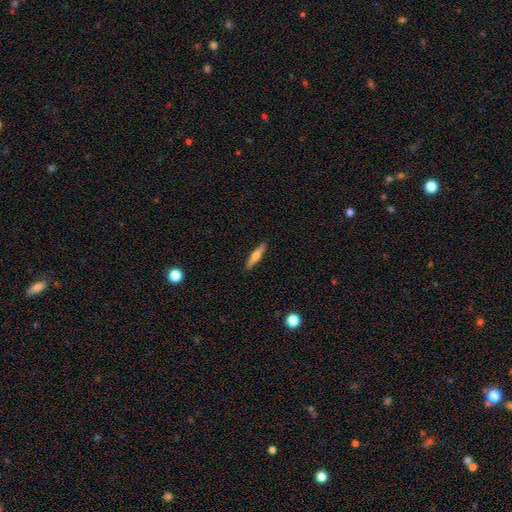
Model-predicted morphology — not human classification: The model was most divided on "smooth or featured": featured or disk: 48%, smooth: 46%, star or artifact: 6%. More confident: merging — none (91%).